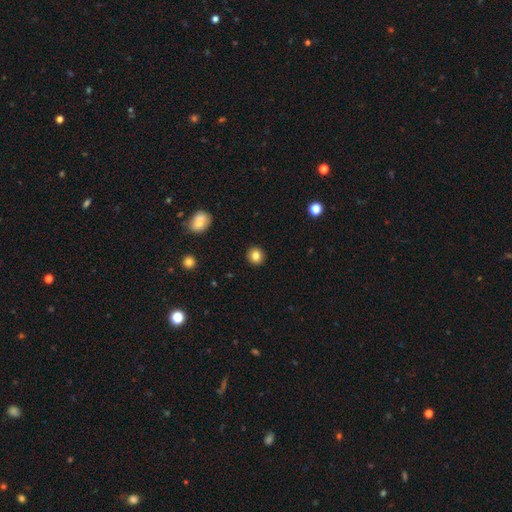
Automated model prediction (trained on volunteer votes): smooth-or-featured: smooth: 84% | star or artifact: 10% | featured or disk: 6%
  how-rounded: round: 87% | in between: 12% | cigar-shaped: 1%
  merging: none: 92% | minor disturbance: 5% | major disturbance: 2% | merger: 1%